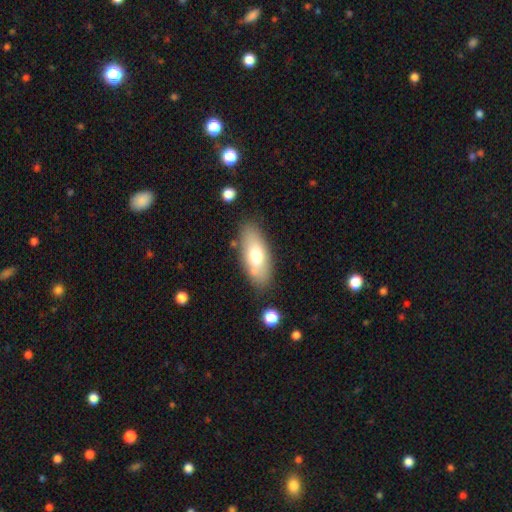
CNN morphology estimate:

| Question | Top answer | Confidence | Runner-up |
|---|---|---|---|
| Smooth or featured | smooth | 68% | featured or disk (25%) |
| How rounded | in between | 81% | cigar-shaped (16%) |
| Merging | none | 77% | minor disturbance (14%) |